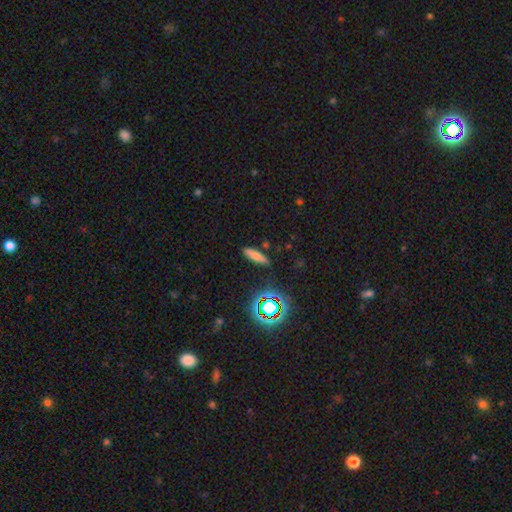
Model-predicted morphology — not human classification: Smooth or featured? smooth (73%)
How rounded? cigar-shaped (63%)
Merging? none (83%)